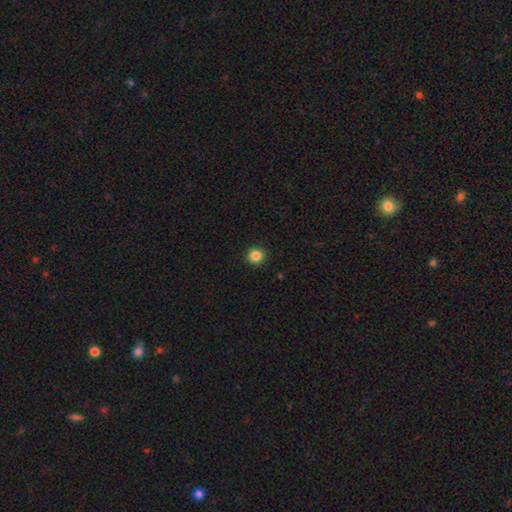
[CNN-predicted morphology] This is clearly a smooth galaxy (86%). How rounded: clearly round (92%). Merging: clearly none (92%).